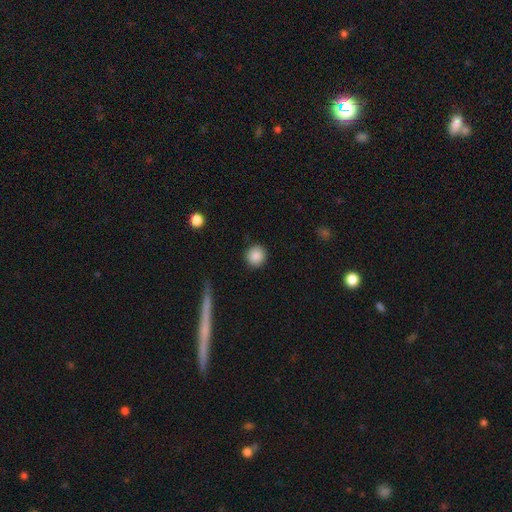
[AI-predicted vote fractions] Smooth or featured? Predicted: smooth (p=0.88). How rounded? Predicted: round (p=0.92). Merging? Predicted: none (p=0.91).